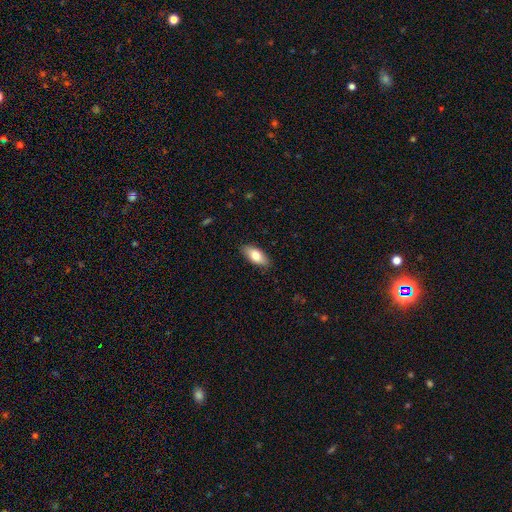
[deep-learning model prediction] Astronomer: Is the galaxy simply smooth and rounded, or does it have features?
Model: smooth — 78%.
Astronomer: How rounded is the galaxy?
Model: in between — 86%.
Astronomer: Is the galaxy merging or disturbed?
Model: none — 87%.